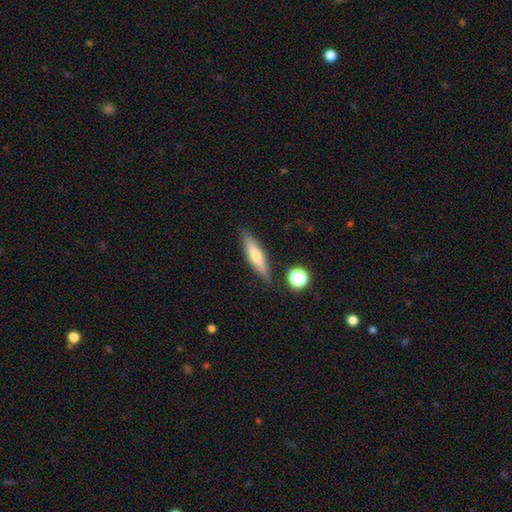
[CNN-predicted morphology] A smooth galaxy with no disk features (54%) that is cigar-shaped (74%). Merging: none (84%).